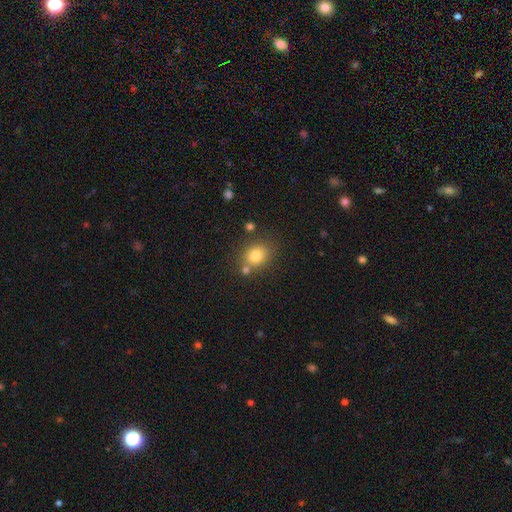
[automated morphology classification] A smooth galaxy with no disk features (79%) that is round (65%).

Vote fractions:
- Smooth or featured? smooth: 79% / star or artifact: 11% / featured or disk: 9%
- How rounded? round: 65% / in between: 34% / cigar-shaped: 1%
- Merging? none: 70% / merger: 15% / minor disturbance: 12% / major disturbance: 4%